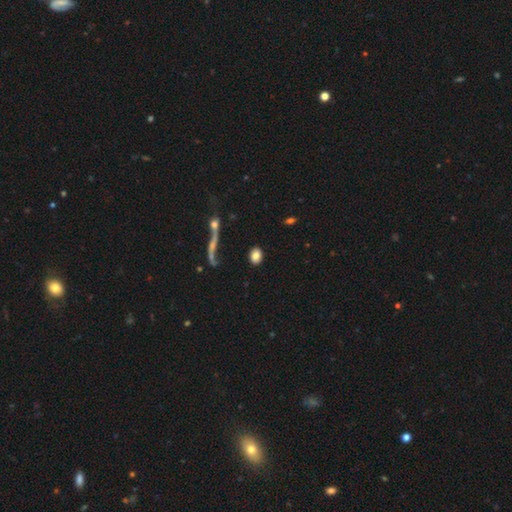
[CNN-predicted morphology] This is clearly a smooth galaxy (81%). How rounded: likely in between (65%). Merging: clearly none (85%).